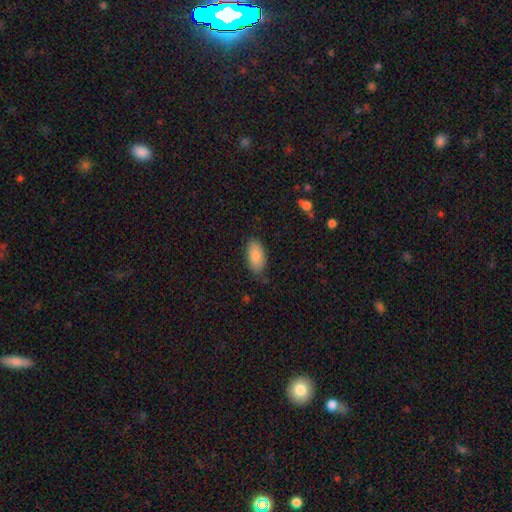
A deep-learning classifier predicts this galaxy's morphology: Smooth or featured? Predicted: smooth (p=0.88). How rounded? Predicted: in between (p=0.93). Merging? Predicted: none (p=0.77).